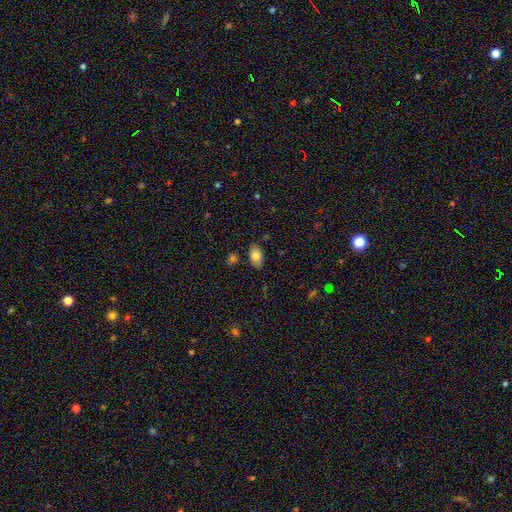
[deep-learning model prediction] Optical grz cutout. It shows a smooth galaxy with no disk features (82%) that is in between round and cigar-shaped (89%). Merging: none (80%).